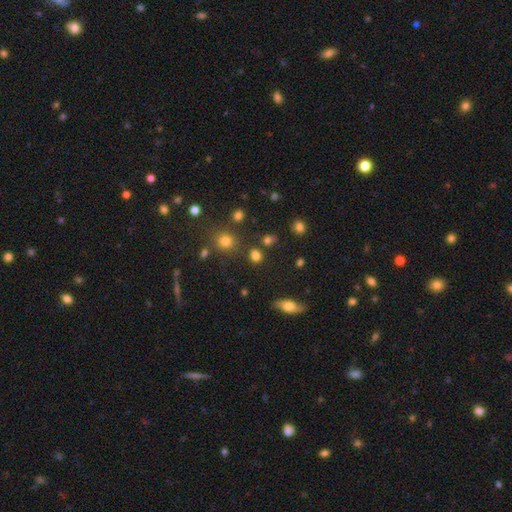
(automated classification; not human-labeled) smooth_or_featured: smooth (p=0.77) [alt: star or artifact p=0.16]
how_rounded: round (p=0.78) [alt: in between p=0.20]
merging: none (p=0.77) [alt: minor disturbance p=0.10]